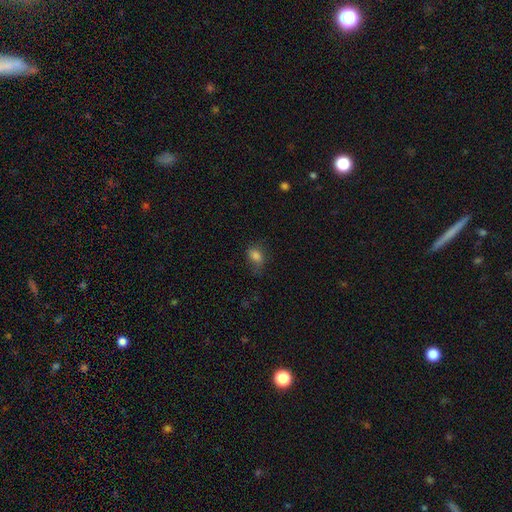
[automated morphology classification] Smooth or featured?
  - smooth: 81% *
  - star or artifact: 11%
  - featured or disk: 8%
How rounded?
  - in between: 74% *
  - round: 25%
  - cigar-shaped: 2%
Merging?
  - none: 54% *
  - minor disturbance: 30%
  - major disturbance: 14%
  - merger: 2%